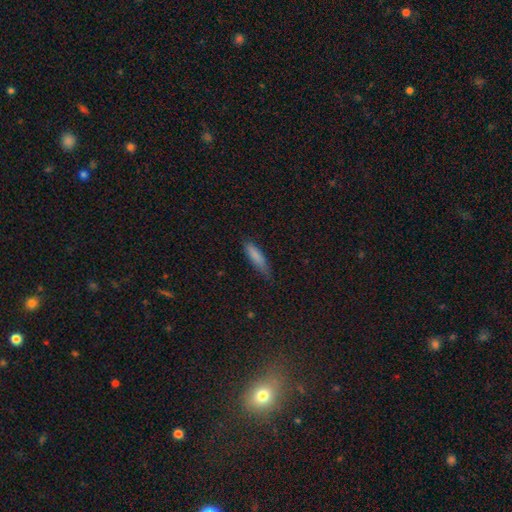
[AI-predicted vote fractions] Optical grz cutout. It shows a smooth galaxy with no disk features (83%) that is cigar-shaped (70%). Merging: none (72%).